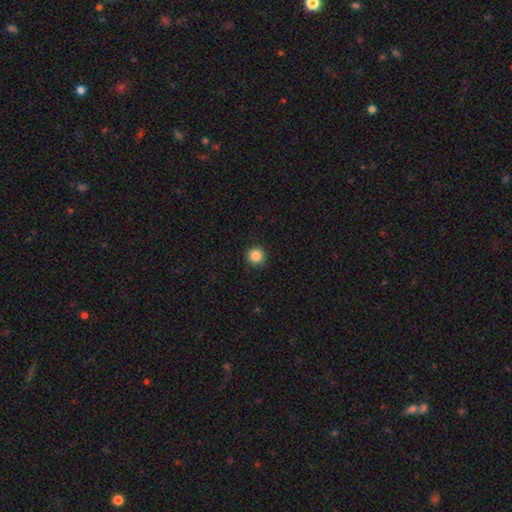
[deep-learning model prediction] Smooth or featured: smooth — 86% (star or artifact — 10%)
How rounded: round — 95% (in between — 4%)
Merging: none — 92% (minor disturbance — 5%)